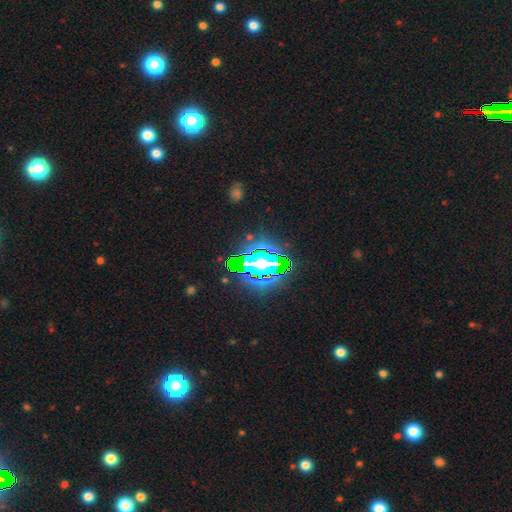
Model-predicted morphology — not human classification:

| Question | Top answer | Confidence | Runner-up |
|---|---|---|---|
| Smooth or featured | star or artifact | 81% | smooth (11%) |